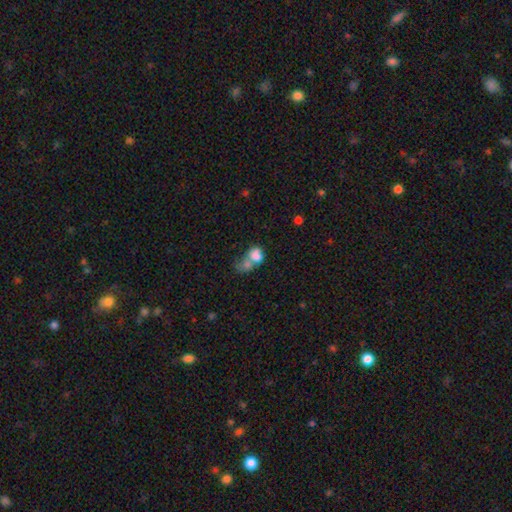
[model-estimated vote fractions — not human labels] smooth_or_featured: smooth (p=0.73) [alt: featured or disk p=0.17]
how_rounded: in between (p=0.60) [alt: round p=0.39]
merging: merger (p=0.68) [alt: none p=0.14]